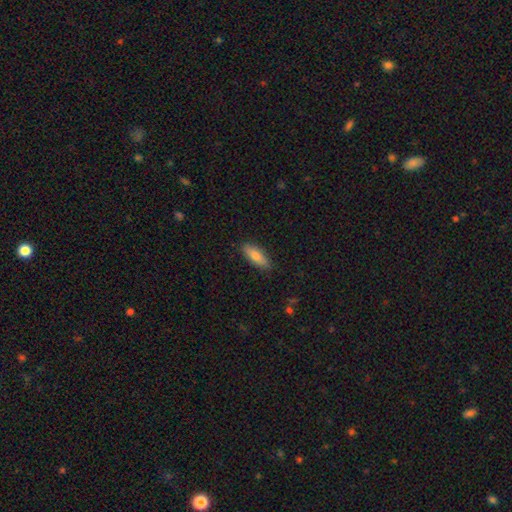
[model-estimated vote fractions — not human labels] This appears to be a smooth galaxy with no disk features (77%) that is in between round and cigar-shaped (61%). Merging: none (87%).